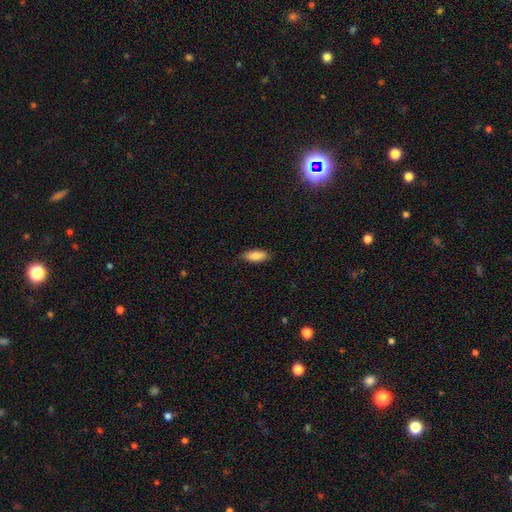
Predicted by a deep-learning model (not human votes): Morphology: type=smooth (86%); roundness=in between (74%); merging=none (85%).